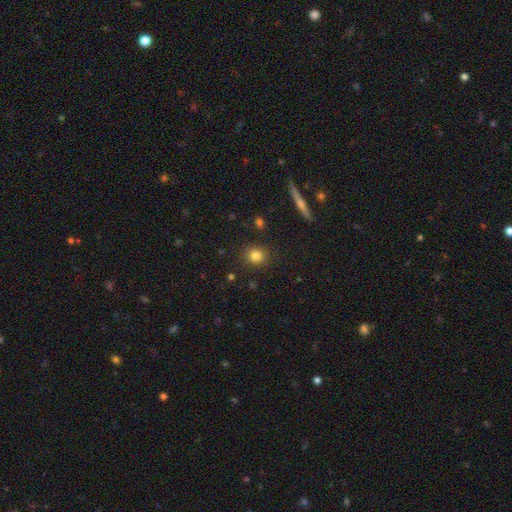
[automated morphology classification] A smooth galaxy with no disk features (81%) that is round (86%).

Vote fractions:
- Smooth or featured? smooth: 81% / star or artifact: 12% / featured or disk: 7%
- How rounded? round: 86% / in between: 13% / cigar-shaped: 1%
- Merging? none: 90% / minor disturbance: 7% / major disturbance: 2% / merger: 2%